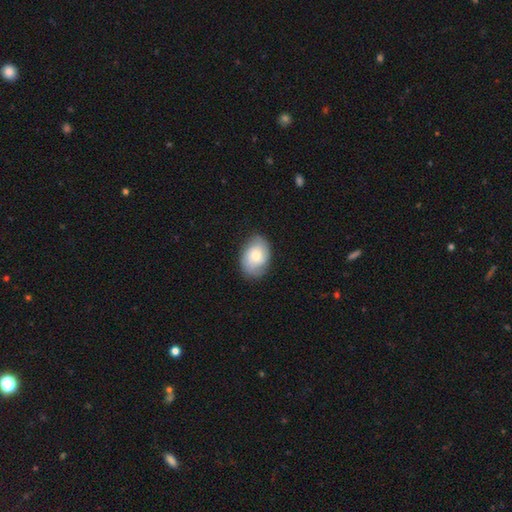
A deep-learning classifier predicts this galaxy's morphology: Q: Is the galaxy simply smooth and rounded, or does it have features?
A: smooth — 56%.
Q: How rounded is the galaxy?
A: in between — 78%.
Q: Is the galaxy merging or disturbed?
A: none — 77%.